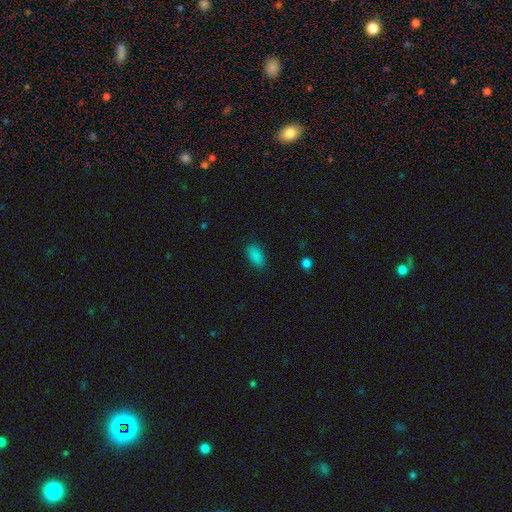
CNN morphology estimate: This is clearly a smooth galaxy (86%). How rounded: clearly in between (91%). Merging: clearly none (85%).